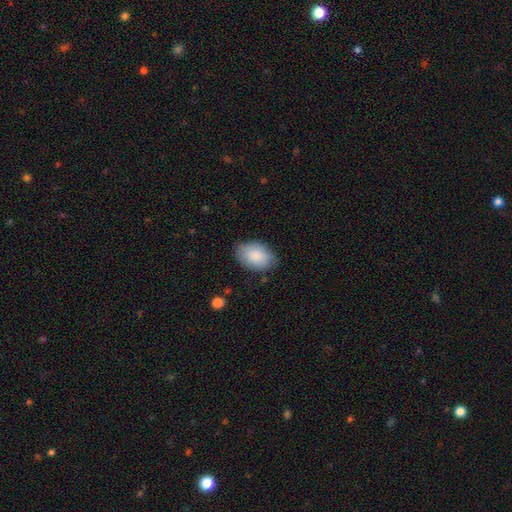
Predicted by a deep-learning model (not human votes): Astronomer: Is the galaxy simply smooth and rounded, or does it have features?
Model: smooth — 86%.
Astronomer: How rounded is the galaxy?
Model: in between — 89%.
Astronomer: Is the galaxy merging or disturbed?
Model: none — 79%.